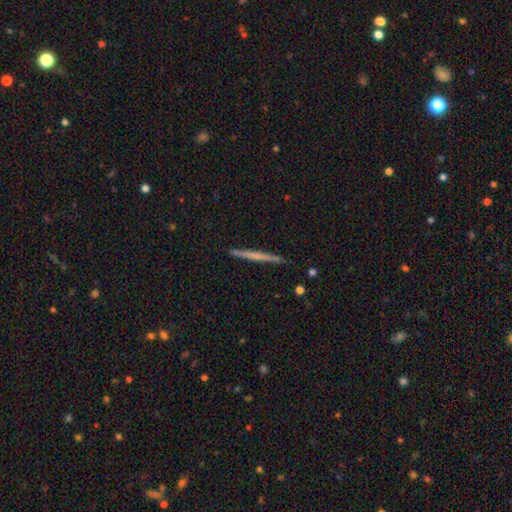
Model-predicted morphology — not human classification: A featured or disk galaxy (48%).

Vote fractions:
- Smooth or featured? featured or disk: 48% / smooth: 46% / star or artifact: 5%
- Merging? none: 92% / minor disturbance: 6% / major disturbance: 1% / merger: 1%